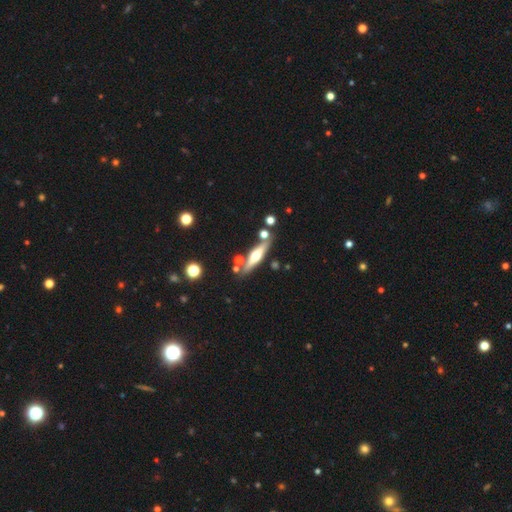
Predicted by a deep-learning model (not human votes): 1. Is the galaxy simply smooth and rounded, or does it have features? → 61% featured or disk, 32% smooth, 7% star or artifact.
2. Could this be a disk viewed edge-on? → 92% yes, 8% no.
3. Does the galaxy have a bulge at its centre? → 93% rounded, 4% boxy, 4% none.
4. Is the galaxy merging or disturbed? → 78% none, 11% minor disturbance, 9% merger, 3% major disturbance.